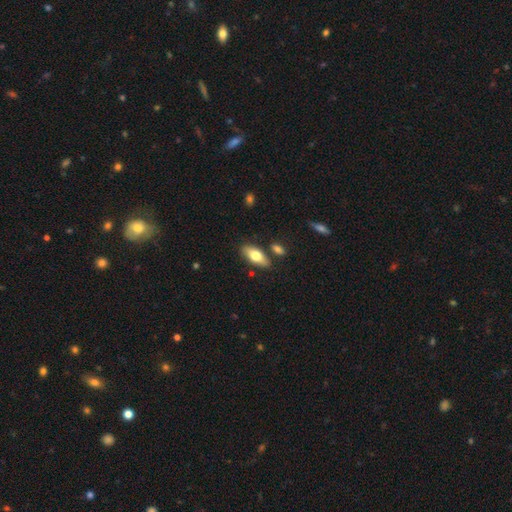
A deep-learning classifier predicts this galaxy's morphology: Q: Smooth or featured?
A: smooth (69%); runner-up: featured or disk (25%)
Q: How rounded?
A: in between (81%); runner-up: cigar-shaped (16%)
Q: Merging?
A: none (81%); runner-up: minor disturbance (11%)